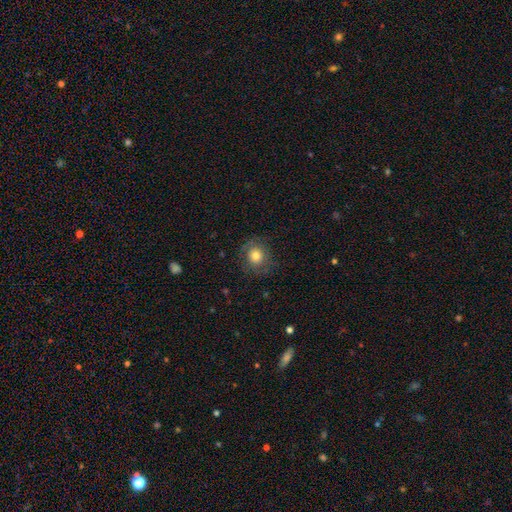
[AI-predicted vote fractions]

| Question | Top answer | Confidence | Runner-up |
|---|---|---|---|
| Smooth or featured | smooth | 75% | featured or disk (16%) |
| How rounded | round | 82% | in between (17%) |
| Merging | none | 79% | minor disturbance (14%) |